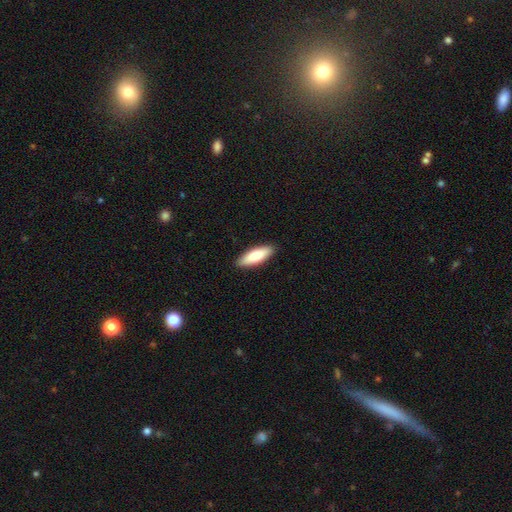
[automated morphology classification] Smooth or featured? Predicted: smooth (p=0.81). How rounded? Predicted: in between (p=0.57). Merging? Predicted: none (p=0.90).